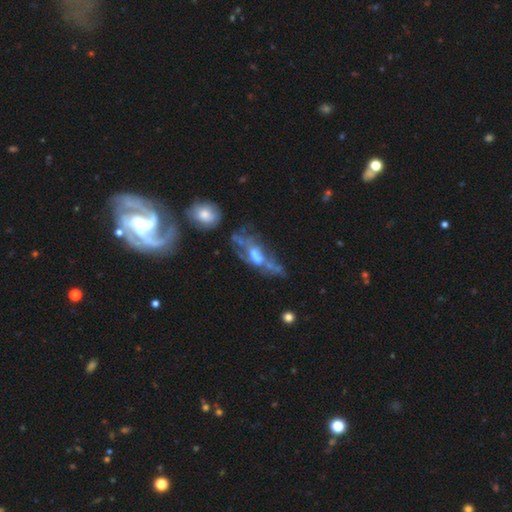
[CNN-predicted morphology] Smooth or featured?
  - featured or disk: 61% *
  - smooth: 25%
  - star or artifact: 14%
Edge-on disk?
  - no: 84% *
  - yes: 16%
Bar?
  - no: 61% *
  - weak: 24%
  - strong: 14%
Spiral arms?
  - no: 78% *
  - yes: 22%
Bulge size?
  - moderate: 44% *
  - small: 23%
  - none: 21%
  - large: 10%
  - dominant: 2%
Merging?
  - major disturbance: 30% *
  - merger: 27%
  - none: 27%
  - minor disturbance: 16%